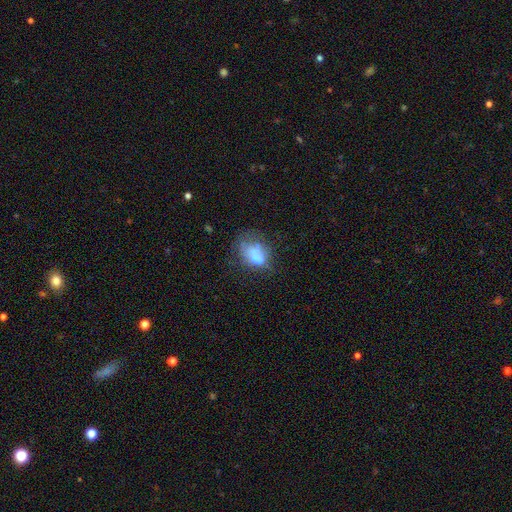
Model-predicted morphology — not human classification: A smooth galaxy with no disk features (48%). Merging: none (34%).